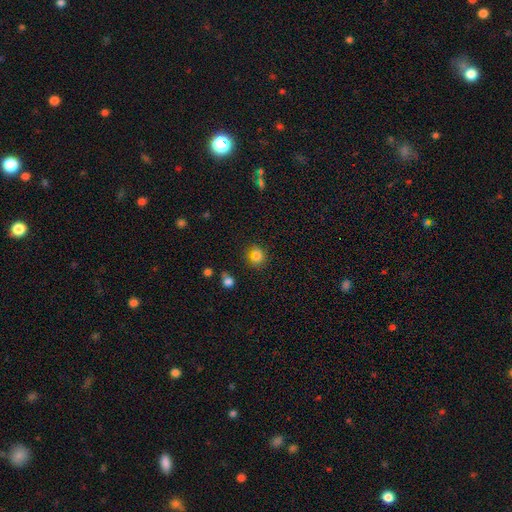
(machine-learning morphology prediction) This is clearly a smooth galaxy (81%). How rounded: likely round (73%). Merging: likely none (79%).